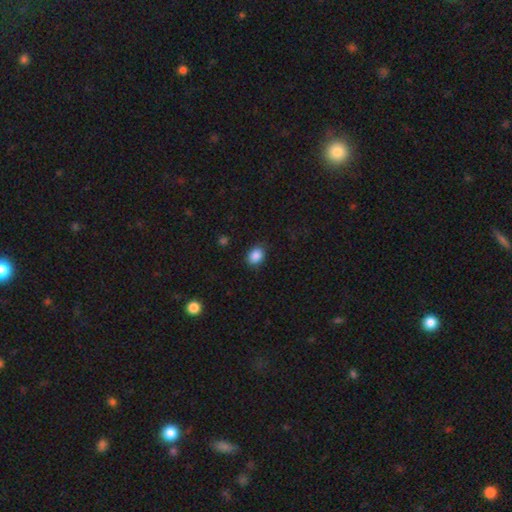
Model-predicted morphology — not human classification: smooth_or_featured: smooth (p=0.87) [alt: star or artifact p=0.09]
how_rounded: in between (p=0.57) [alt: round p=0.42]
merging: none (p=0.84) [alt: minor disturbance p=0.12]